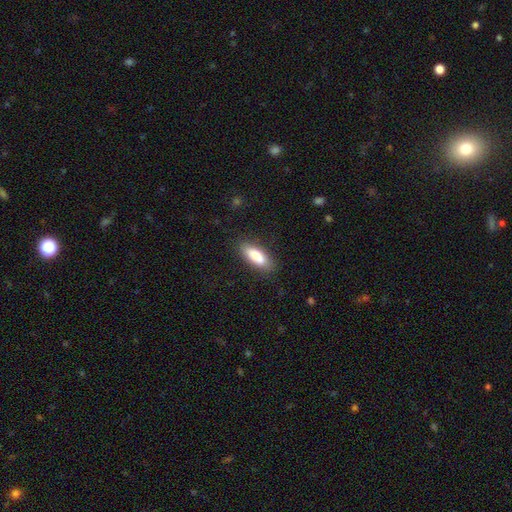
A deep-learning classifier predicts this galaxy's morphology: Smooth or featured? smooth (80%)
How rounded? in between (71%)
Merging? none (80%)